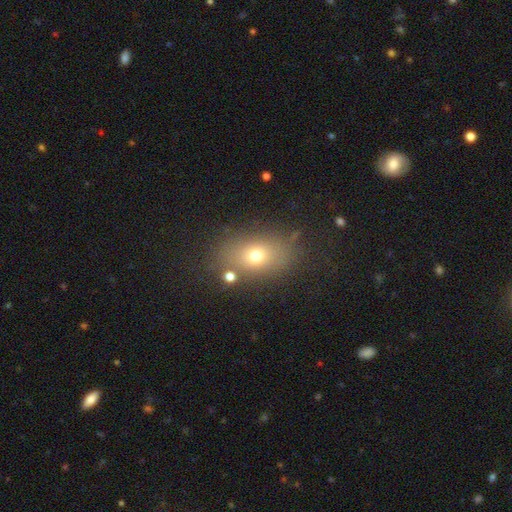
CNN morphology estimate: Smooth or featured?
  - smooth: 69% *
  - featured or disk: 16%
  - star or artifact: 16%
How rounded?
  - in between: 72% *
  - round: 25%
  - cigar-shaped: 3%
Merging?
  - none: 77% *
  - minor disturbance: 12%
  - major disturbance: 5%
  - merger: 5%